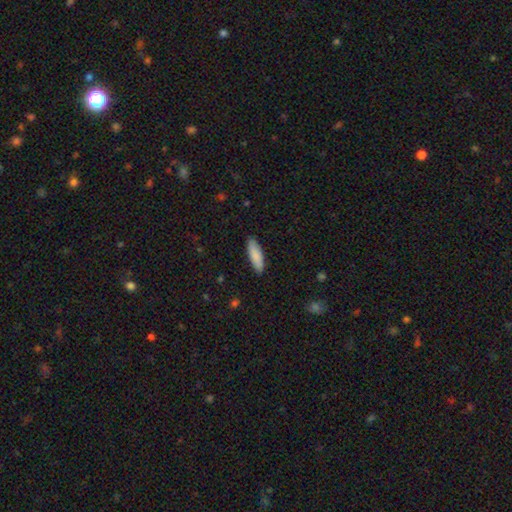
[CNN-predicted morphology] A smooth galaxy with no disk features (87%) that is in between round and cigar-shaped (51%).

Vote fractions:
- Smooth or featured? smooth: 87% / featured or disk: 8% / star or artifact: 5%
- How rounded? in between: 51% / cigar-shaped: 48% / round: 2%
- Merging? none: 89% / minor disturbance: 8% / major disturbance: 2% / merger: 1%